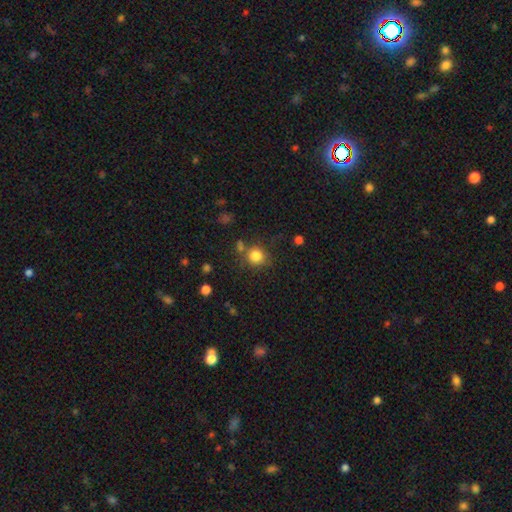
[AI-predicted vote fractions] Q: Smooth or featured?
A: smooth (82%); runner-up: star or artifact (12%)
Q: How rounded?
A: round (89%); runner-up: in between (10%)
Q: Merging?
A: none (75%); runner-up: minor disturbance (12%)